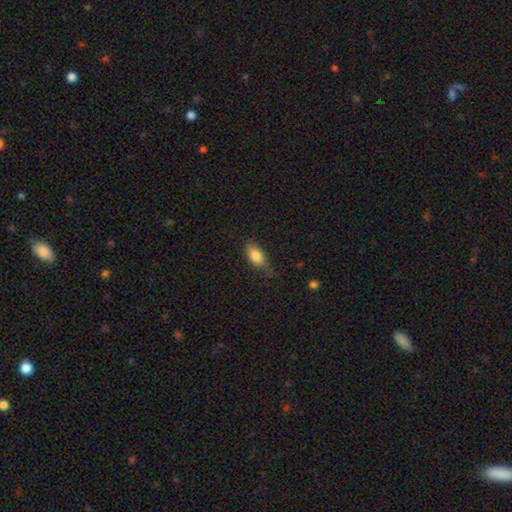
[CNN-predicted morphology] type=smooth (83%); roundness=in between (89%); merging=none (68%).